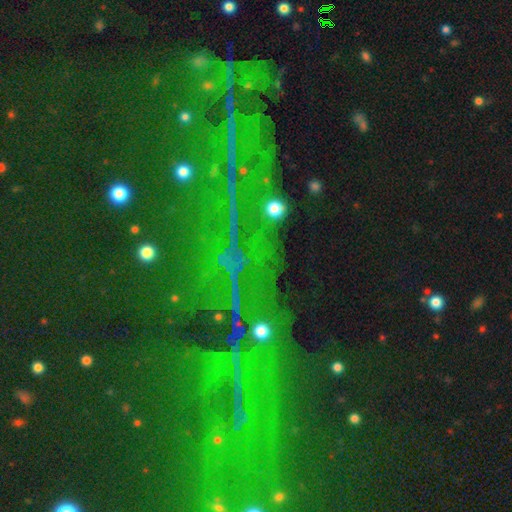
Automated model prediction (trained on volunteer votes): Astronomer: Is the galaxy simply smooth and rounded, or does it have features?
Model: star or artifact — 82%.